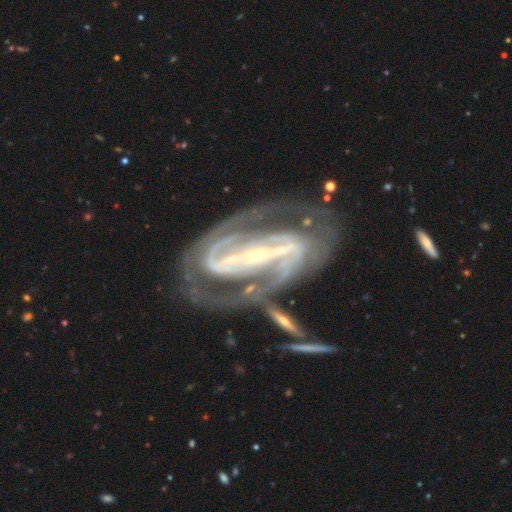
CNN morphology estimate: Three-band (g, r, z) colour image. It shows a featured or disk galaxy (92%) with a strong bar (78%), 2 (85%) tight (47%) spiral arms (96%) and a small central bulge (82%). Merging: none (61%).